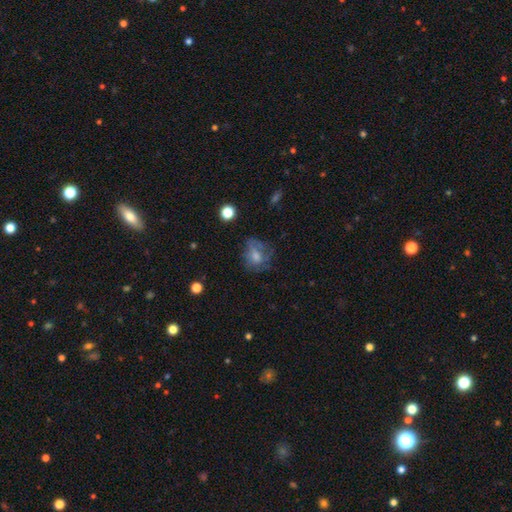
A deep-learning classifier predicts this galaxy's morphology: A smooth galaxy with no disk features (55%) that is round (60%). Merging: none (48%).